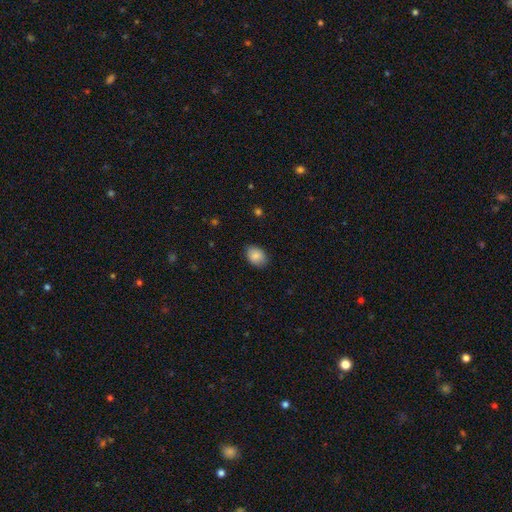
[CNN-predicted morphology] Smooth or featured? smooth (87%)
How rounded? in between (79%)
Merging? none (83%)